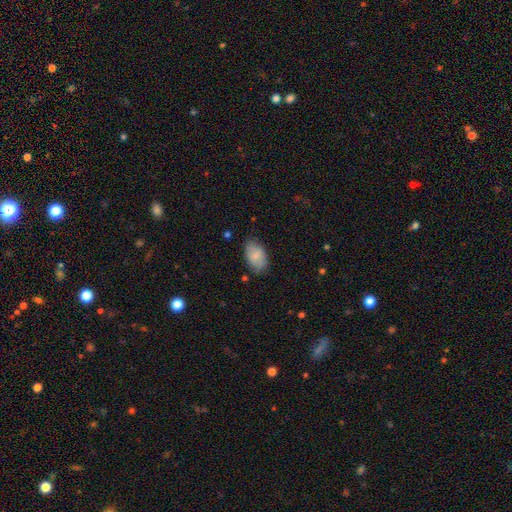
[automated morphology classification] Q: Smooth or featured?
A: smooth (80%); runner-up: featured or disk (13%)
Q: How rounded?
A: in between (93%); runner-up: round (5%)
Q: Merging?
A: none (76%); runner-up: minor disturbance (19%)